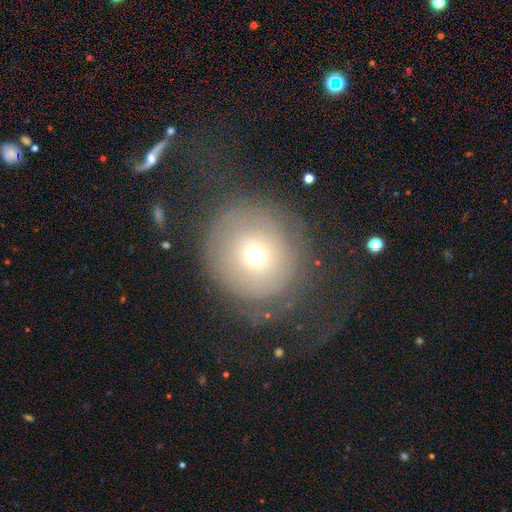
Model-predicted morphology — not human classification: This is likely a smooth galaxy (61%). How rounded: clearly round (92%). Merging: likely none (63%).